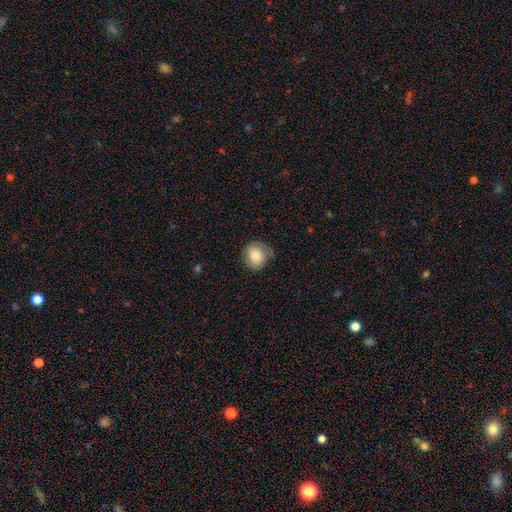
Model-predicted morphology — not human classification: Smooth or featured? Predicted: smooth (p=0.80). How rounded? Predicted: round (p=0.78). Merging? Predicted: none (p=0.64).